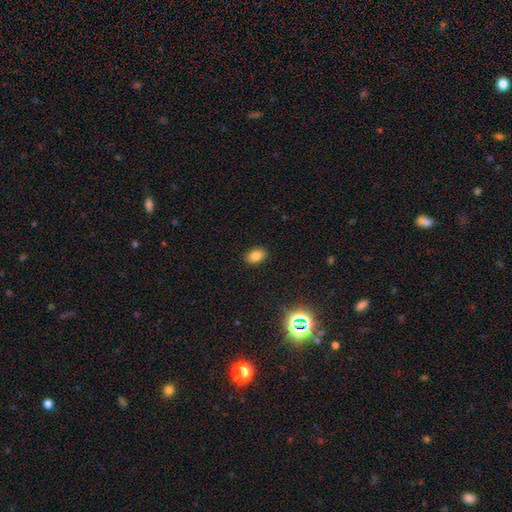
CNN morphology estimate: Overall: smooth (82%). How rounded: in between (86%). Merging: none (89%).